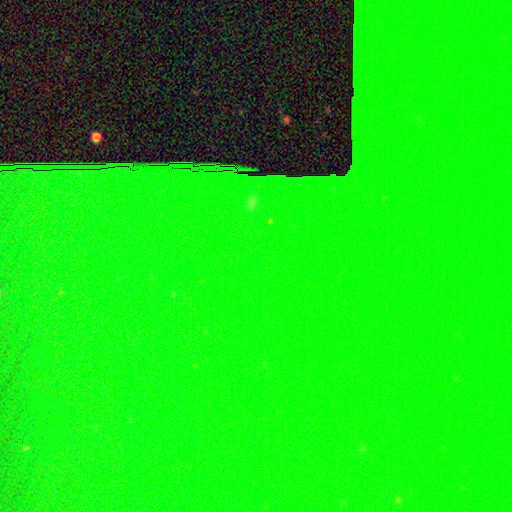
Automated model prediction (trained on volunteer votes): A star or artifact, not a galaxy (85%).